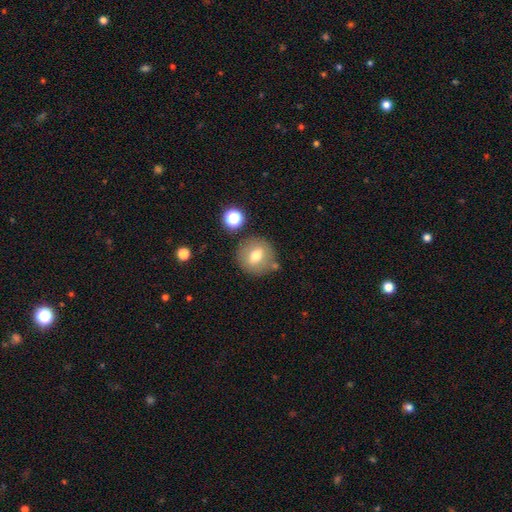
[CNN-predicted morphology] This is likely a smooth galaxy (69%). How rounded: clearly round (89%). Merging: likely none (79%).